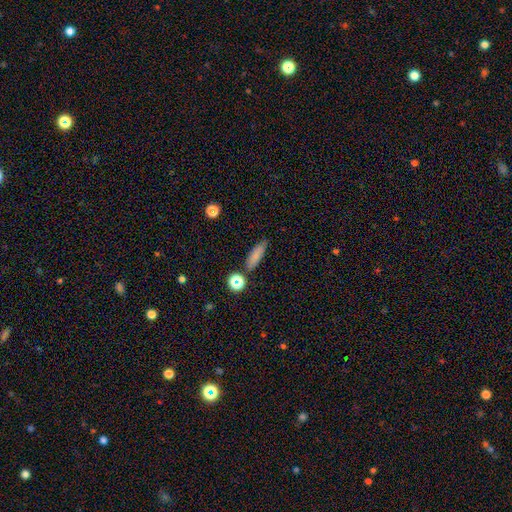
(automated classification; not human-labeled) smooth-or-featured: smooth: 79% | star or artifact: 12% | featured or disk: 9%
  how-rounded: in between: 50% | cigar-shaped: 46% | round: 4%
  merging: none: 78% | minor disturbance: 14% | merger: 5% | major disturbance: 4%